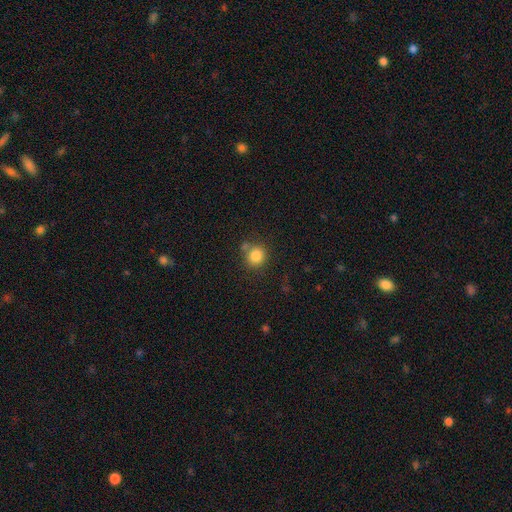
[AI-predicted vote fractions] smooth_or_featured: smooth (p=0.84) [alt: star or artifact p=0.11]
how_rounded: round (p=0.89) [alt: in between p=0.10]
merging: none (p=0.72) [alt: merger p=0.13]